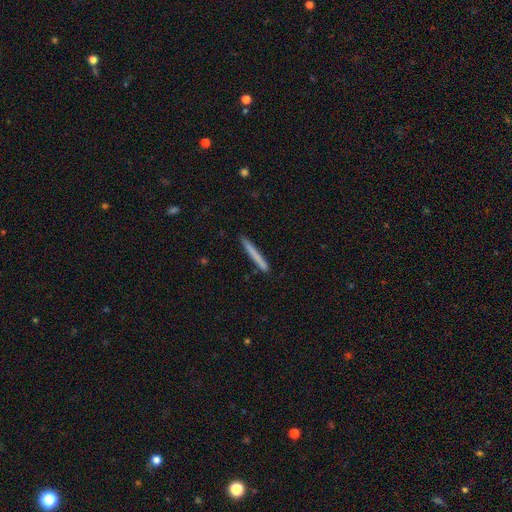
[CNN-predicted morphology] The model was most divided on "smooth or featured": smooth: 71%, featured or disk: 23%, star or artifact: 6%. More confident: how rounded — cigar-shaped (97%); merging — none (90%).